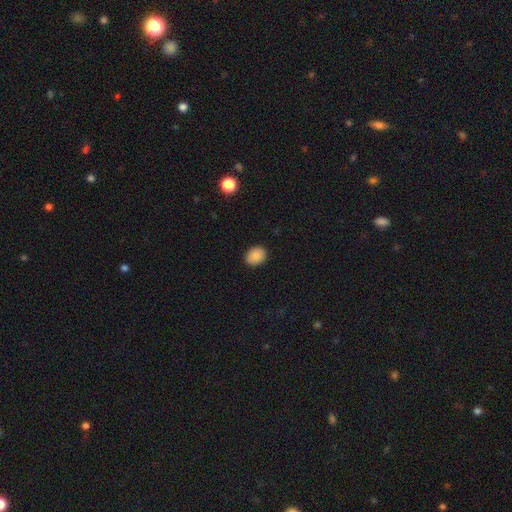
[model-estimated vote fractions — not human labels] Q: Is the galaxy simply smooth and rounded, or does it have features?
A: smooth — 88%.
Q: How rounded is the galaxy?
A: in between — 60%.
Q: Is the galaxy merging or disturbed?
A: none — 90%.